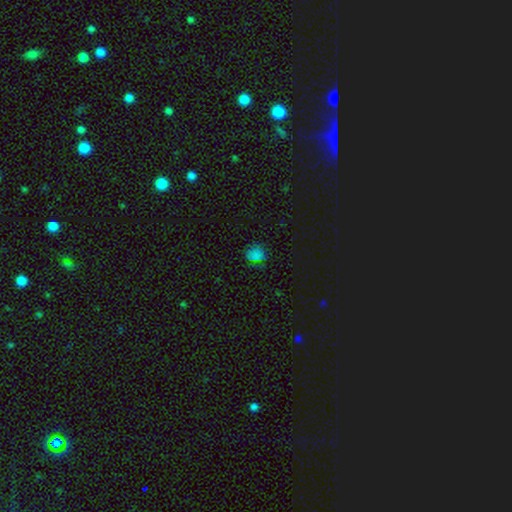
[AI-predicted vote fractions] Morphology: type=smooth (62%); roundness=round (74%); merging=none (74%).